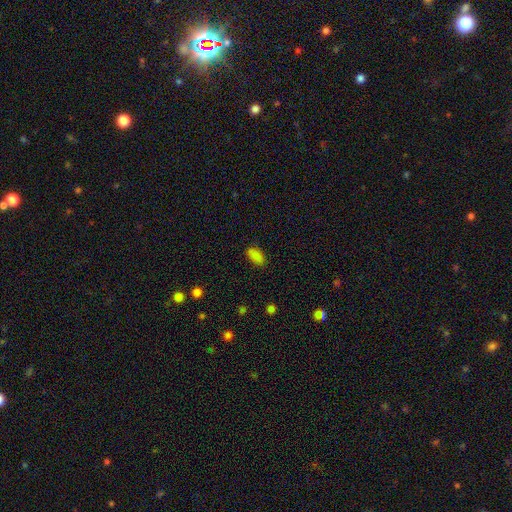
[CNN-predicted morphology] Smooth or featured: smooth — 85% (star or artifact — 11%)
How rounded: in between — 91% (cigar-shaped — 6%)
Merging: none — 82% (minor disturbance — 13%)